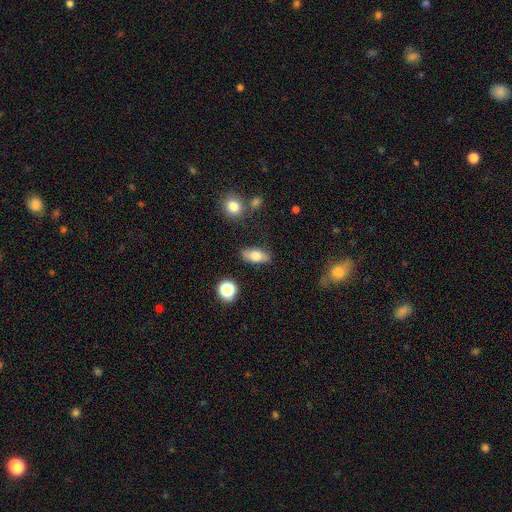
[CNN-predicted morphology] The model was most divided on "smooth or featured": smooth: 70%, featured or disk: 21%, star or artifact: 8%. More confident: merging — none (80%); how rounded — in between (80%).